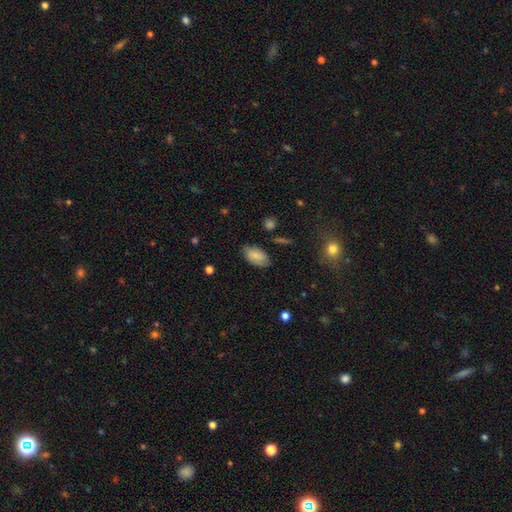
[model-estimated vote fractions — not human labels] Overall: smooth (80%). How rounded: in between (93%). Merging: none (76%).